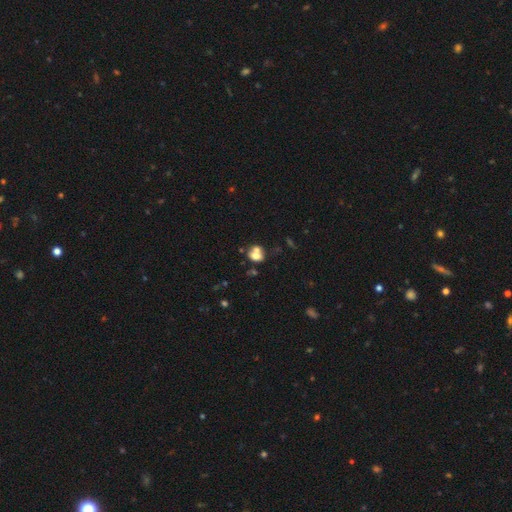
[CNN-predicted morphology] The model was most divided on "how rounded" (2-way tie): in between: 49%, round: 49%, cigar-shaped: 1%. More confident: smooth or featured — smooth (65%); merging — merger (54%).